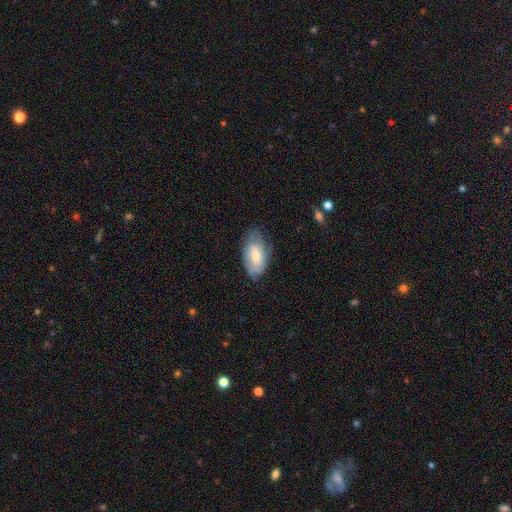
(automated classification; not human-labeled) The model was most divided on "merging": none: 60%, minor disturbance: 30%, major disturbance: 9%, merger: 1%. More confident: how rounded — in between (93%); smooth or featured — smooth (63%).